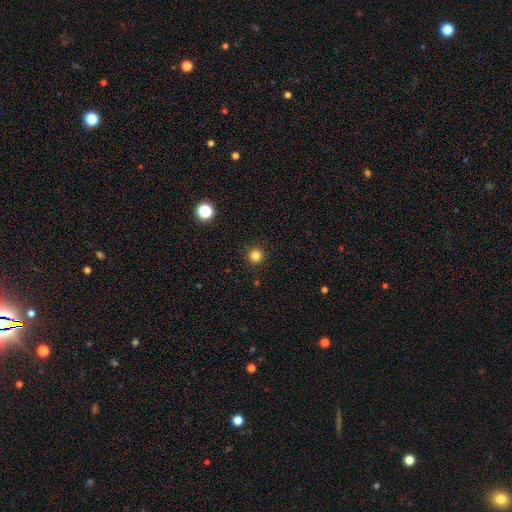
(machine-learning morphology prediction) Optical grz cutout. It shows a smooth galaxy with no disk features (82%) that is round (96%). Merging: none (93%).